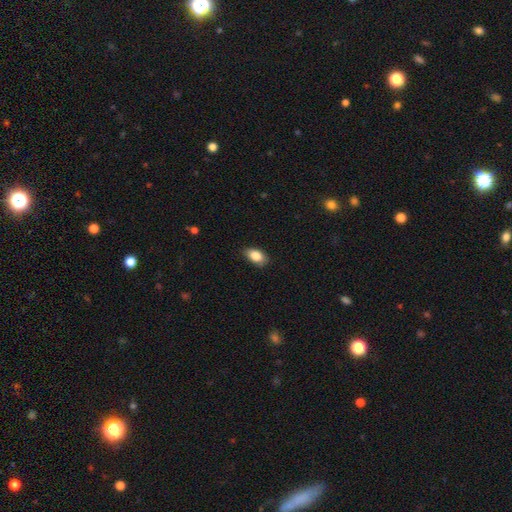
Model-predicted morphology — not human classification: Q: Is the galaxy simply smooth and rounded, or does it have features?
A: smooth — 86%.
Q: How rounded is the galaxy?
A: in between — 91%.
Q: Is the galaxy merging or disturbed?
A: none — 83%.